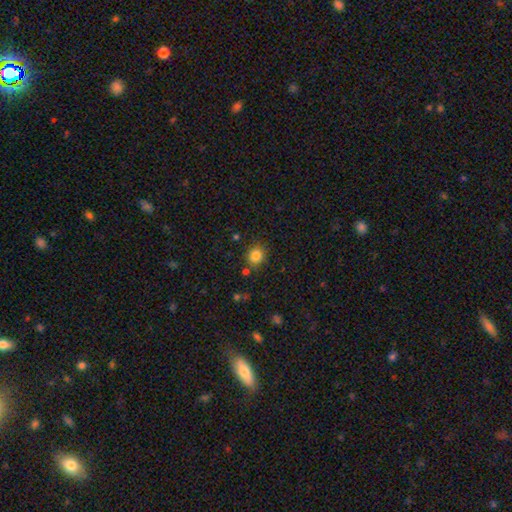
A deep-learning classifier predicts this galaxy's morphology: Smooth or featured? Predicted: smooth (p=0.83). How rounded? Predicted: round (p=0.76). Merging? Predicted: none (p=0.83).